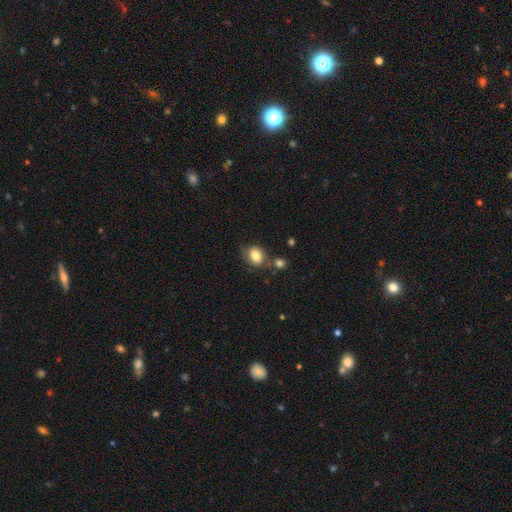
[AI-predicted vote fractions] smooth 78%, featured or disk 13%, star or artifact 9%. Down the decision tree: how rounded — in between (61%); merging — none (57%).